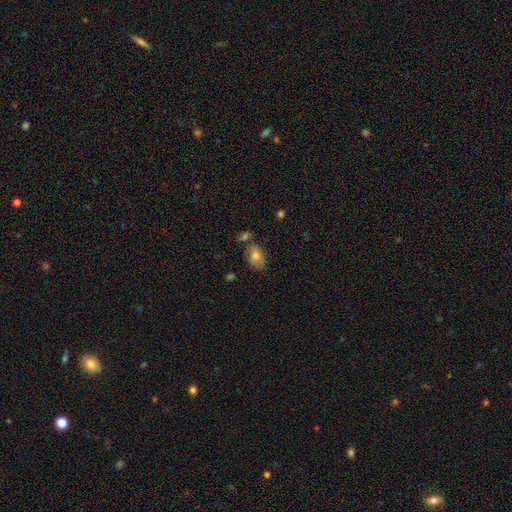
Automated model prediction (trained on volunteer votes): smooth_or_featured: smooth (p=0.70) [alt: featured or disk p=0.18]
how_rounded: in between (p=0.83) [alt: round p=0.15]
merging: none (p=0.59) [alt: minor disturbance p=0.20]